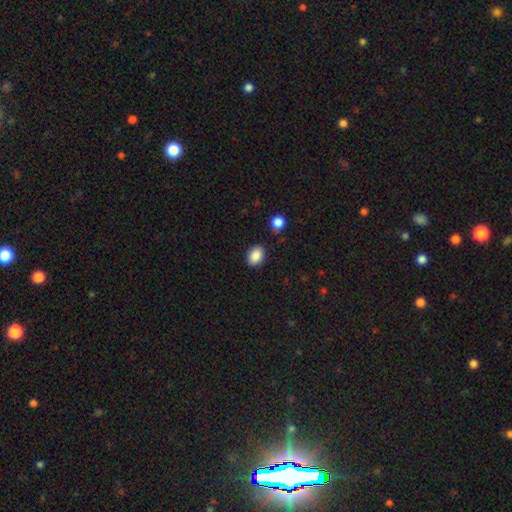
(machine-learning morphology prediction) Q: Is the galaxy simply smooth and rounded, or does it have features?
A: smooth — 88%.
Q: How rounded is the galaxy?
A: in between — 70%.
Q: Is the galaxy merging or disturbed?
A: none — 85%.